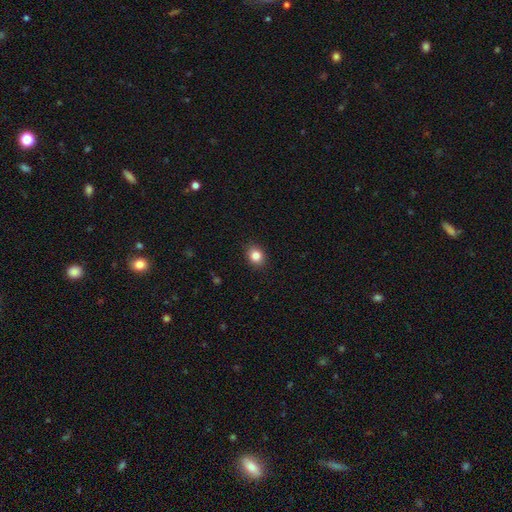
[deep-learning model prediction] smooth-or-featured: smooth: 84% | star or artifact: 10% | featured or disk: 6%
  how-rounded: round: 60% | in between: 39% | cigar-shaped: 1%
  merging: none: 90% | minor disturbance: 8% | major disturbance: 2% | merger: 1%